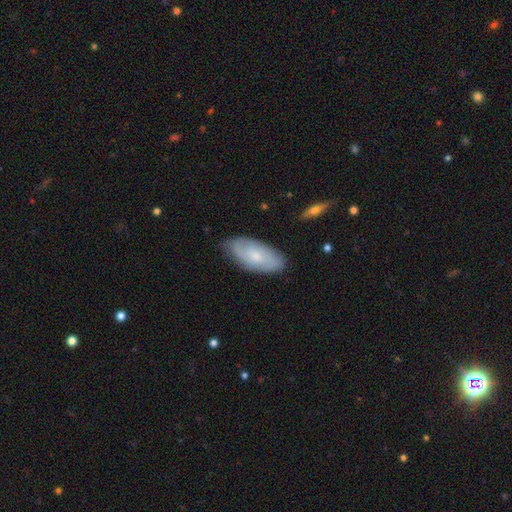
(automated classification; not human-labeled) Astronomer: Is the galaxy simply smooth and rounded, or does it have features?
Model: featured or disk — 48% (runner-up: smooth, 46%).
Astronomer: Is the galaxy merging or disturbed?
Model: none — 76%.